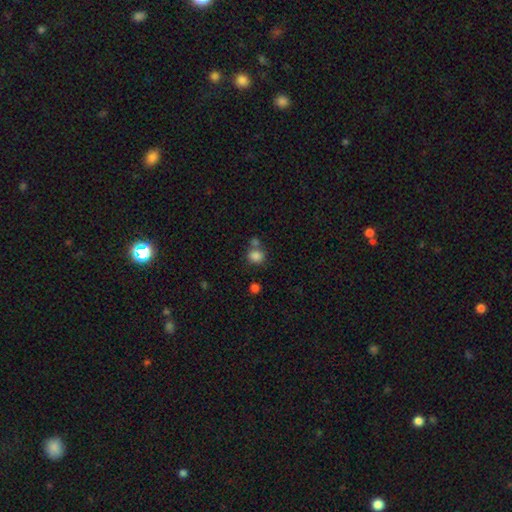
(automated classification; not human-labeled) Smooth or featured?
  - smooth: 83% *
  - star or artifact: 11%
  - featured or disk: 6%
How rounded?
  - round: 69% *
  - in between: 30%
  - cigar-shaped: 1%
Merging?
  - none: 58% *
  - merger: 26%
  - minor disturbance: 12%
  - major disturbance: 5%